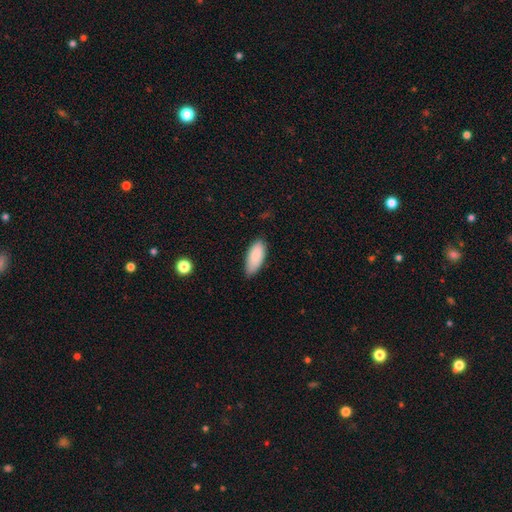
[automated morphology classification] Smooth or featured? smooth (89%)
How rounded? in between (84%)
Merging? none (77%)